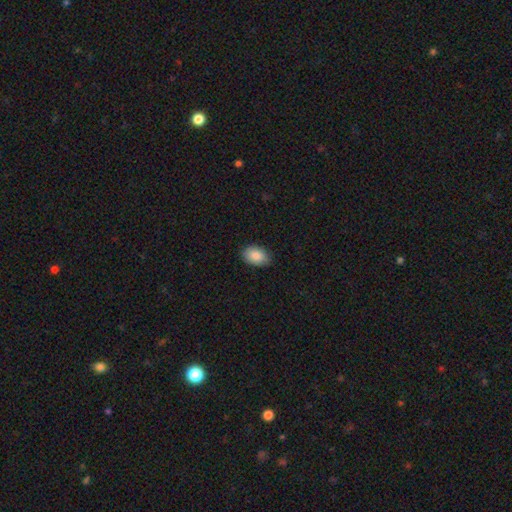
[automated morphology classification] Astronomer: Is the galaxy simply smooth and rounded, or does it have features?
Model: smooth — 87%.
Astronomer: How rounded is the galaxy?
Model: in between — 87%.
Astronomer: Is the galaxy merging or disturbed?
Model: none — 85%.